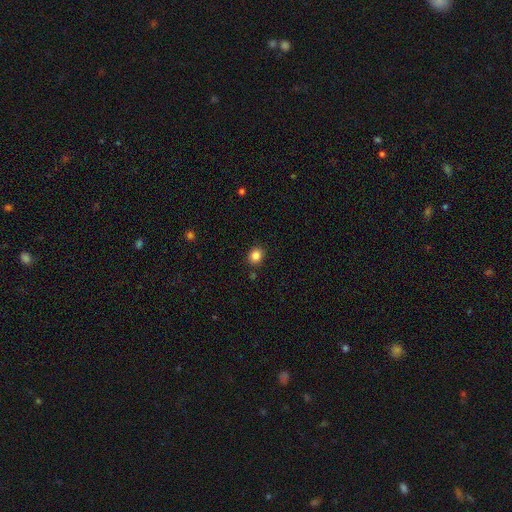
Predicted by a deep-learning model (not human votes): smooth-or-featured: smooth: 85% | star or artifact: 10% | featured or disk: 4%
  how-rounded: round: 67% | in between: 32% | cigar-shaped: 1%
  merging: none: 88% | minor disturbance: 8% | merger: 2% | major disturbance: 2%